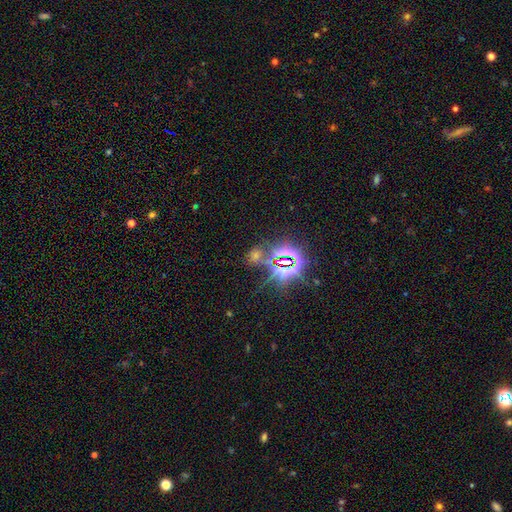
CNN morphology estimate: Smooth or featured? star or artifact (71%)